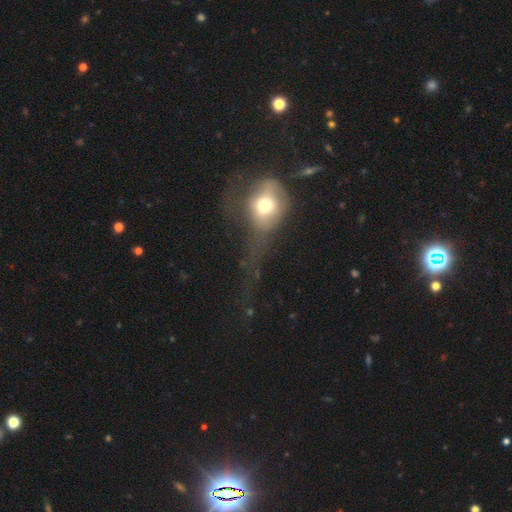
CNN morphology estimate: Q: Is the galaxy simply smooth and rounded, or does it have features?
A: smooth — 41%.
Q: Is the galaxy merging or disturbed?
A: major disturbance — 49%.